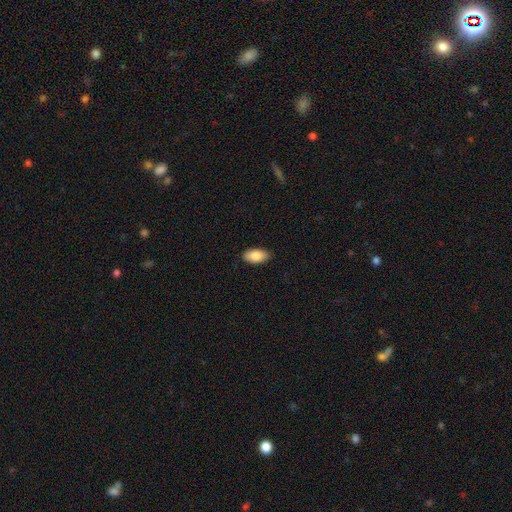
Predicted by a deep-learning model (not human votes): Q: Smooth or featured?
A: smooth (88%); runner-up: star or artifact (6%)
Q: How rounded?
A: in between (94%); runner-up: cigar-shaped (4%)
Q: Merging?
A: none (88%); runner-up: minor disturbance (9%)